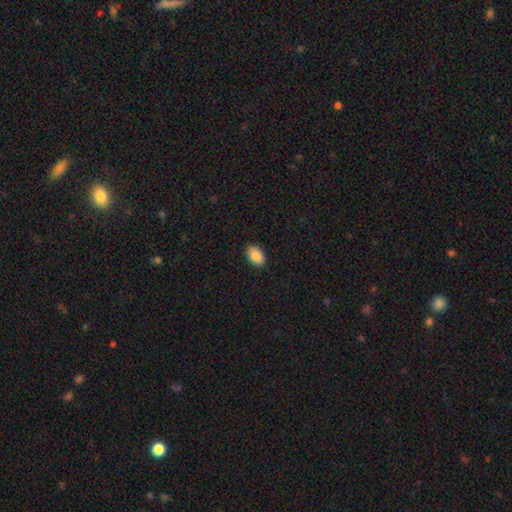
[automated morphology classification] smooth 88%, star or artifact 7%, featured or disk 5%. Down the decision tree: how rounded — in between (92%); merging — none (90%).